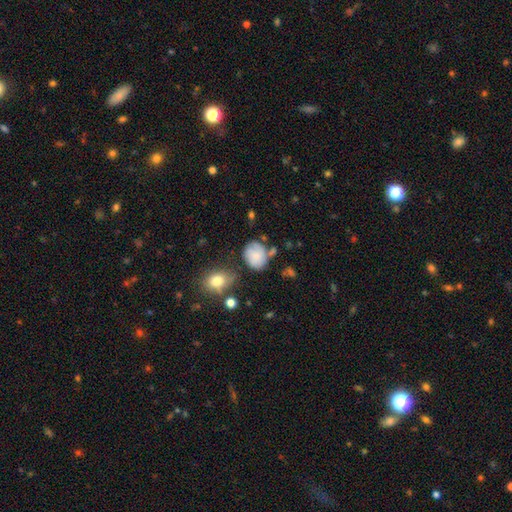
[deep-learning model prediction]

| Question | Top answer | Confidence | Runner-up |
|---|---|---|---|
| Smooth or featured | smooth | 68% | featured or disk (23%) |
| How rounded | round | 56% | in between (43%) |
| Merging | none | 52% | minor disturbance (28%) |